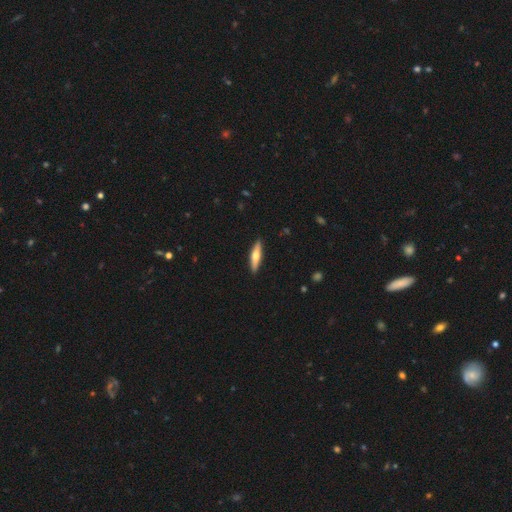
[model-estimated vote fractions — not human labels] Morphology: type=smooth (48%); merging=none (91%).